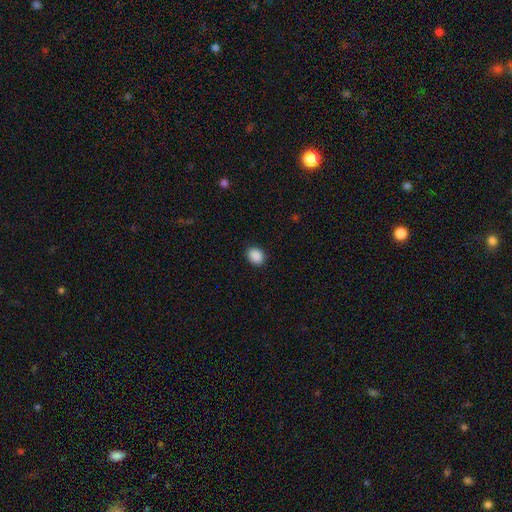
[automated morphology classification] Q: Smooth or featured?
A: smooth (90%); runner-up: star or artifact (8%)
Q: How rounded?
A: in between (55%); runner-up: round (44%)
Q: Merging?
A: none (90%); runner-up: minor disturbance (7%)